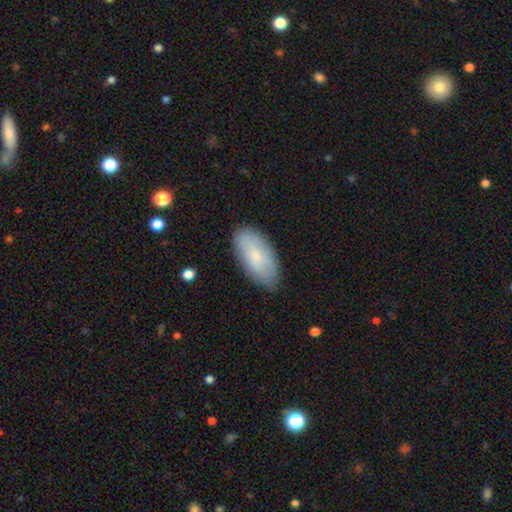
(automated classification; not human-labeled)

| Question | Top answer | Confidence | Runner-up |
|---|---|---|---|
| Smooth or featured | smooth | 75% | featured or disk (19%) |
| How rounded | in between | 94% | cigar-shaped (4%) |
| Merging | none | 80% | minor disturbance (16%) |